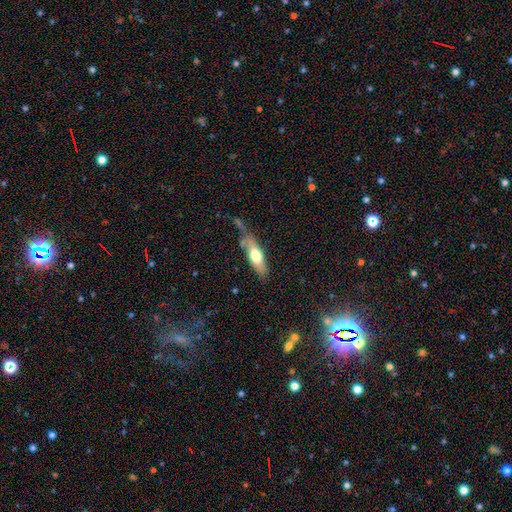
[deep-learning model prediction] A smooth galaxy with no disk features (58%) that is in between round and cigar-shaped (49%, tied with cigar-shaped).

Vote fractions:
- Smooth or featured? smooth: 58% / featured or disk: 36% / star or artifact: 6%
- How rounded? in between: 49% (tied) / cigar-shaped: 49% (tied) / round: 3%
- Merging? none: 53% / minor disturbance: 25% / merger: 12% / major disturbance: 10%